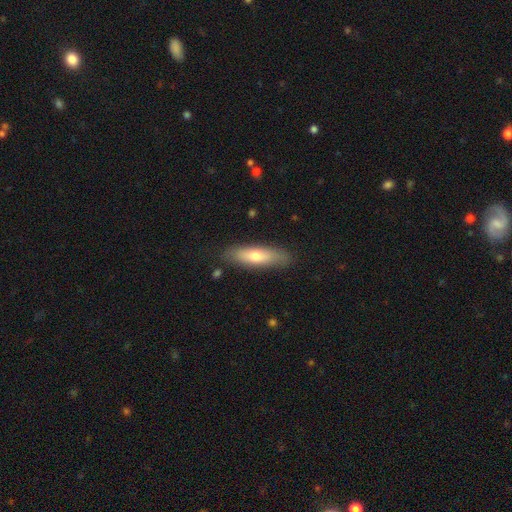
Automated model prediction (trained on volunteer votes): smooth 64%, featured or disk 30%, star or artifact 6%. Down the decision tree: how rounded — cigar-shaped (60%); merging — none (85%).